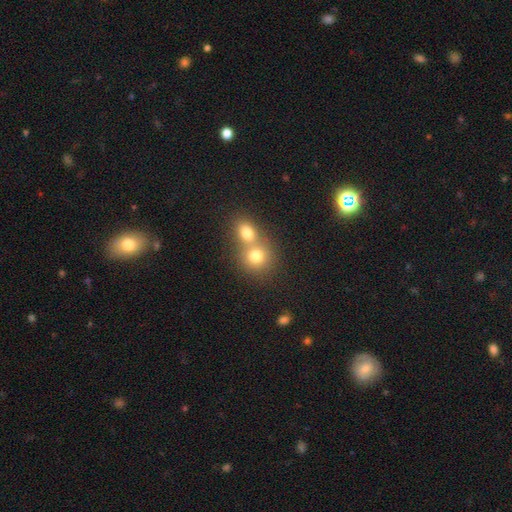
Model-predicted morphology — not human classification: Q: Smooth or featured?
A: smooth (76%); runner-up: star or artifact (12%)
Q: How rounded?
A: round (79%); runner-up: in between (20%)
Q: Merging?
A: merger (55%); runner-up: none (36%)